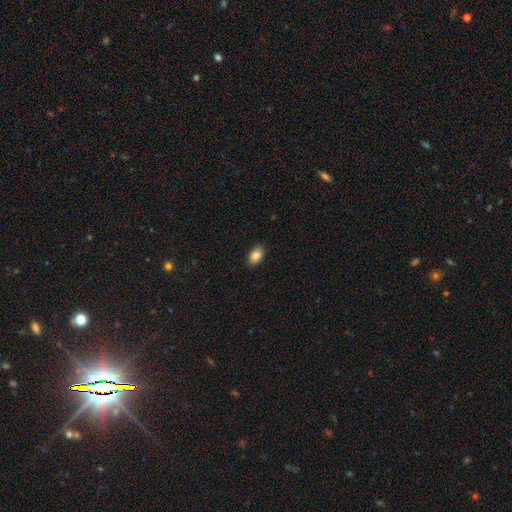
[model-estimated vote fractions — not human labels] Overall: smooth (85%). How rounded: in between (88%). Merging: none (88%).